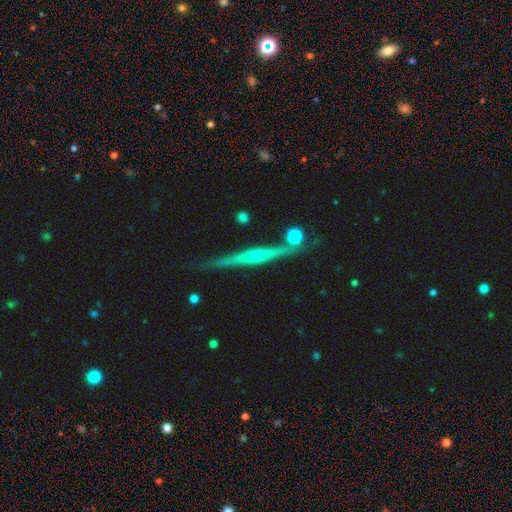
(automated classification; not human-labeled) smooth-or-featured: featured or disk: 71% | smooth: 22% | star or artifact: 7%
  disk-edge-on: yes: 97% | no: 3%
    edge-on-bulge: rounded: 49% | none: 30% | boxy: 21%
  merging: none: 82% | minor disturbance: 11% | merger: 4% | major disturbance: 3%